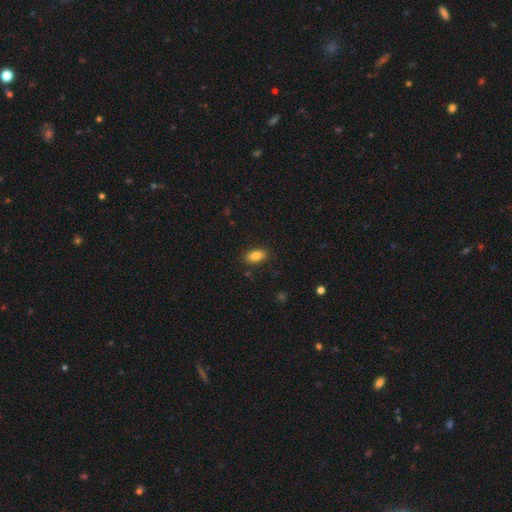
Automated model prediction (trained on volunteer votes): A smooth galaxy with no disk features (86%) that is in between round and cigar-shaped (91%). Merging: none (87%).